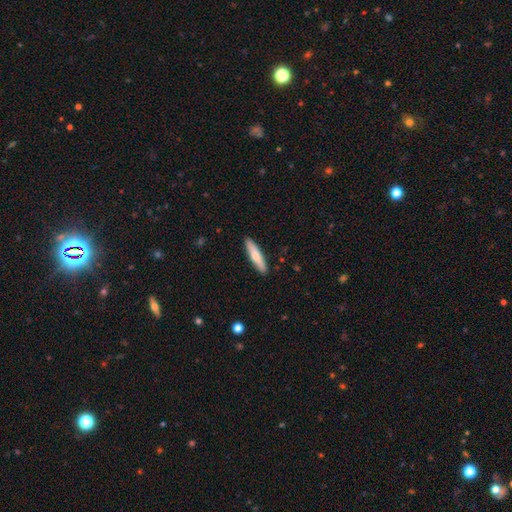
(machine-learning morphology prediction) Q: Smooth or featured?
A: smooth (66%); runner-up: featured or disk (29%)
Q: How rounded?
A: cigar-shaped (85%); runner-up: in between (14%)
Q: Merging?
A: none (91%); runner-up: minor disturbance (7%)